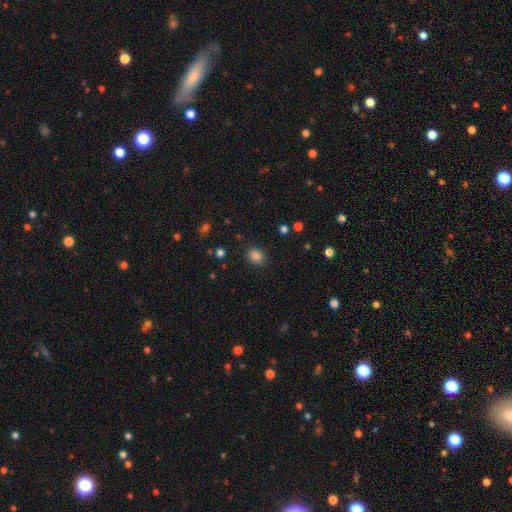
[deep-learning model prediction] Morphology: type=smooth (85%); roundness=round (55%); merging=none (88%).